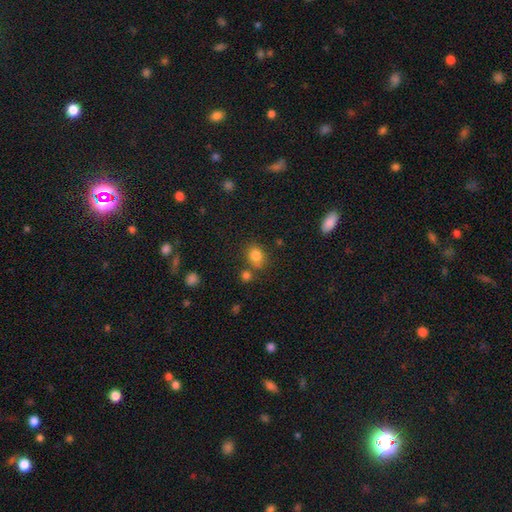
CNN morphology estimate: Overall: smooth (82%). How rounded: round (54%; in between 45%). Merging: none (70%).